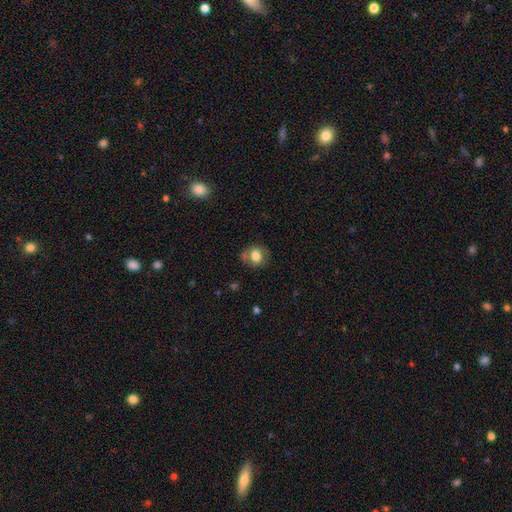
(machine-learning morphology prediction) smooth 79%, featured or disk 11%, star or artifact 10%. Down the decision tree: how rounded — round (69%); merging — none (65%).